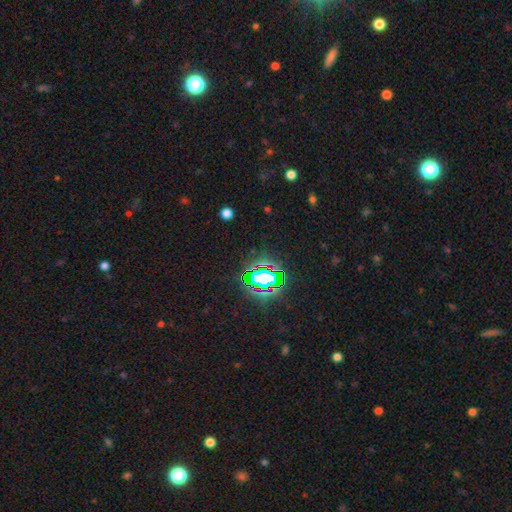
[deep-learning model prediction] This appears to be a star or artifact, not a galaxy (83%).